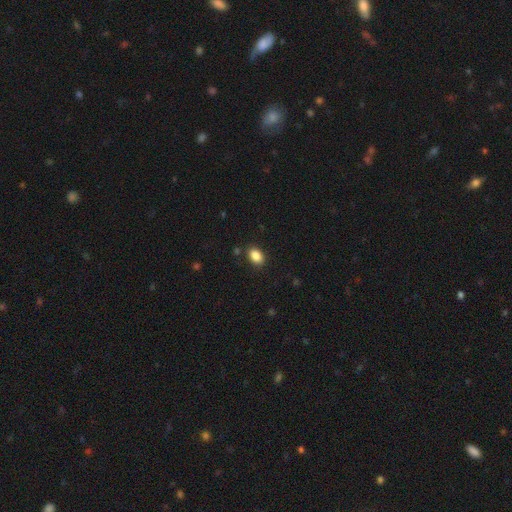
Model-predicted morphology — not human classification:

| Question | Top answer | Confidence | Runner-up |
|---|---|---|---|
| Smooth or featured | smooth | 87% | star or artifact (9%) |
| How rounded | in between | 83% | round (16%) |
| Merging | none | 87% | minor disturbance (9%) |